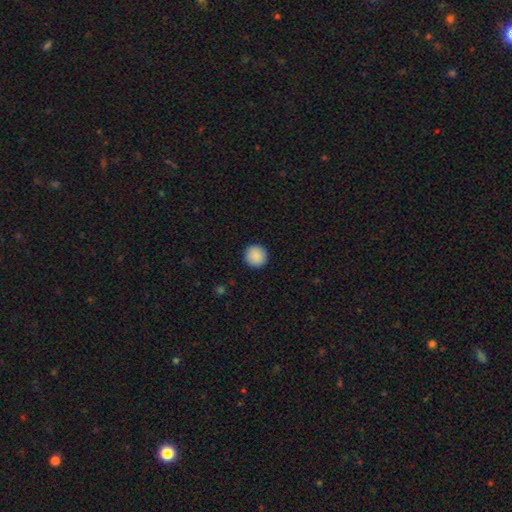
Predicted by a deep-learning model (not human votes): Morphology: type=smooth (89%); roundness=round (96%); merging=none (93%).